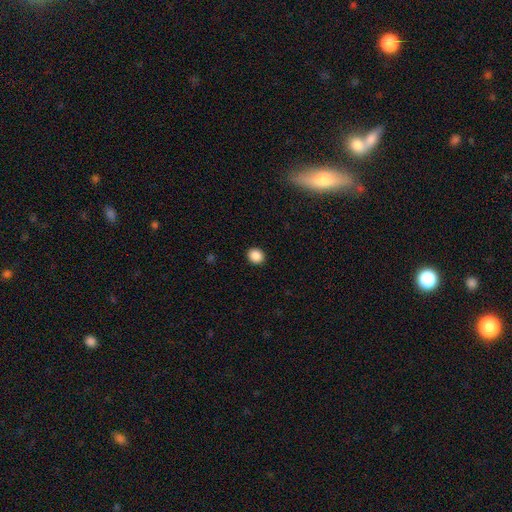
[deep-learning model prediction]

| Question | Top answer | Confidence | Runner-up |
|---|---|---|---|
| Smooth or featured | smooth | 88% | star or artifact (9%) |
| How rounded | round | 80% | in between (19%) |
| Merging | none | 92% | minor disturbance (5%) |